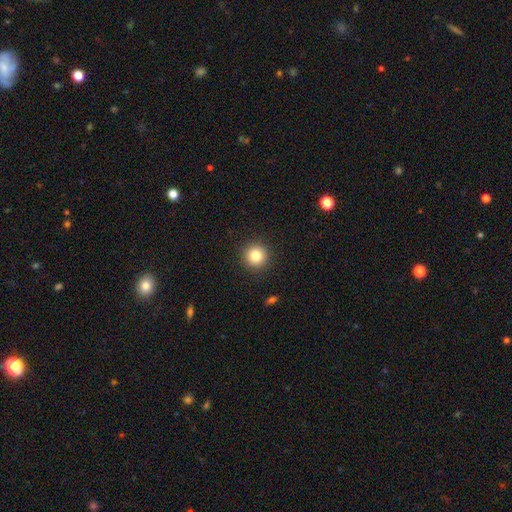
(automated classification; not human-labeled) This is clearly a smooth galaxy (82%). How rounded: clearly round (95%). Merging: clearly none (92%).